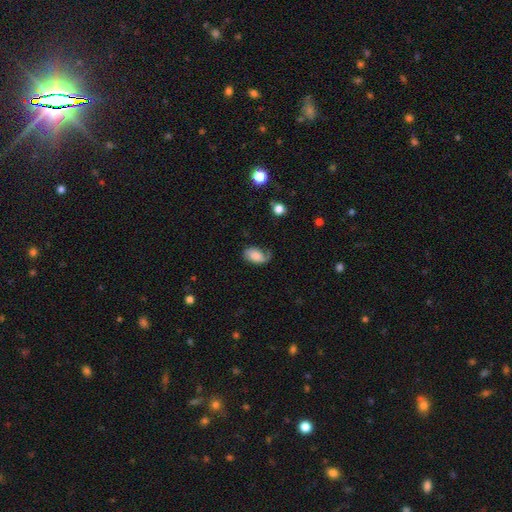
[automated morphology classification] Smooth or featured?
  - smooth: 52% *
  - featured or disk: 39%
  - star or artifact: 9%
How rounded?
  - in between: 90% *
  - round: 9%
  - cigar-shaped: 2%
Merging?
  - none: 50% *
  - minor disturbance: 30%
  - major disturbance: 18%
  - merger: 2%